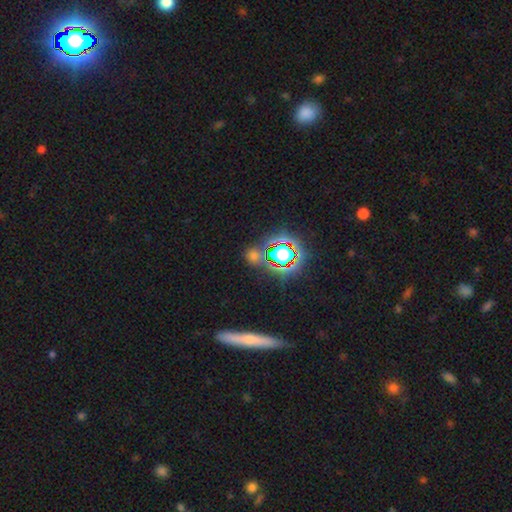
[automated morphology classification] Q: Smooth or featured?
A: star or artifact (58%); runner-up: smooth (28%)